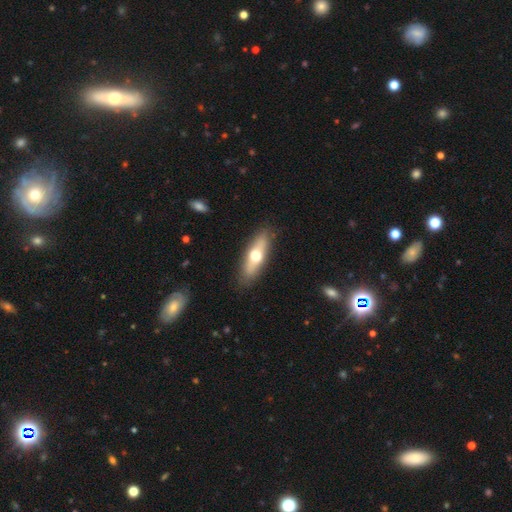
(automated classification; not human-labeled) smooth 52%, featured or disk 42%, star or artifact 6%. Down the decision tree: how rounded — cigar-shaped (49%); merging — none (87%).